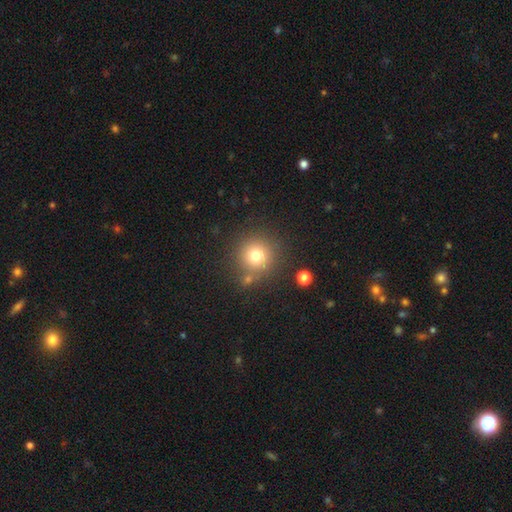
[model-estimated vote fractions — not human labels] Smooth or featured?
  - smooth: 77% *
  - star or artifact: 14%
  - featured or disk: 9%
How rounded?
  - round: 94% *
  - in between: 5%
  - cigar-shaped: 1%
Merging?
  - none: 79% *
  - minor disturbance: 10%
  - merger: 8%
  - major disturbance: 4%